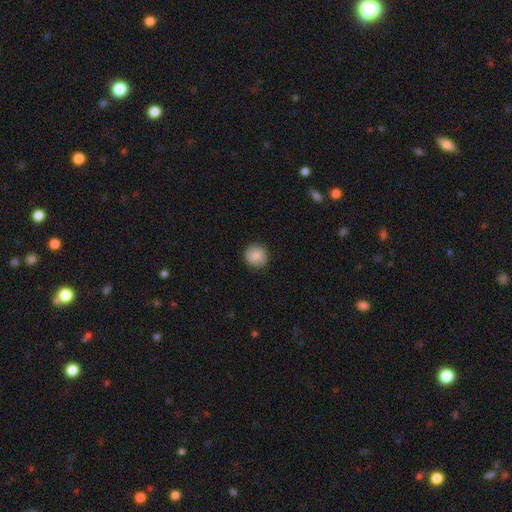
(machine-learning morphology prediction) A smooth galaxy with no disk features (84%) that is round (93%).

Vote fractions:
- Smooth or featured? smooth: 84% / star or artifact: 8% / featured or disk: 8%
- How rounded? round: 93% / in between: 6% / cigar-shaped: 1%
- Merging? none: 90% / minor disturbance: 7% / major disturbance: 2% / merger: 1%